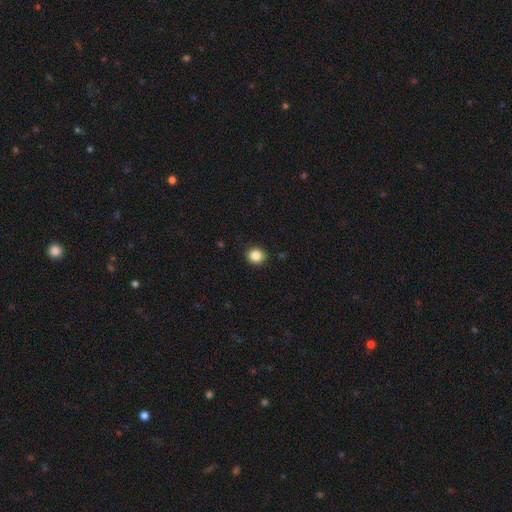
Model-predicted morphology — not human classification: Smooth or featured? smooth (85%)
How rounded? round (88%)
Merging? none (90%)